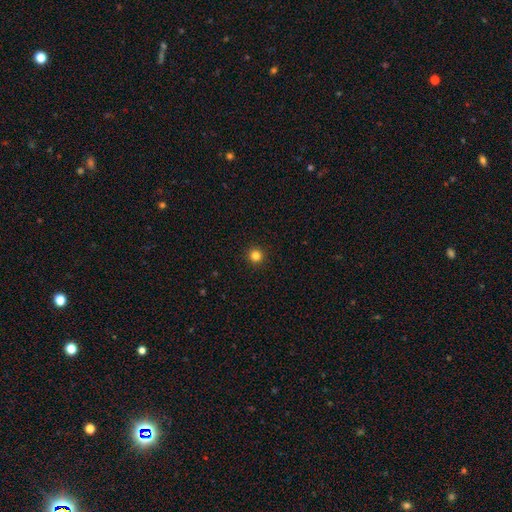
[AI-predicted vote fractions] Overall: smooth (83%). How rounded: round (96%). Merging: none (94%).